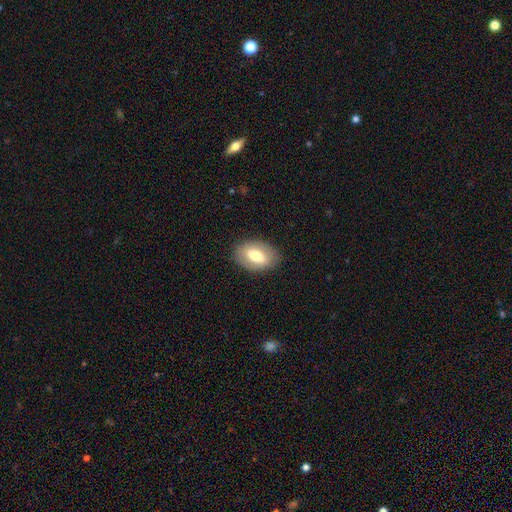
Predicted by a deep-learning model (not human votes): A smooth galaxy with no disk features (61%) that is in between round and cigar-shaped (88%). Merging: none (85%).